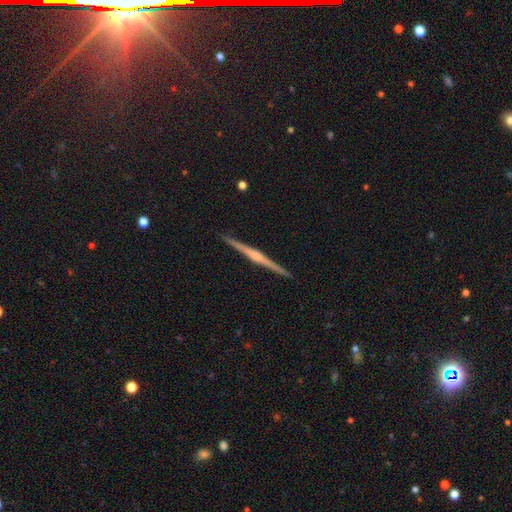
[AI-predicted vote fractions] A featured or disk galaxy (80%) viewed edge-on (99%) with a rounded central bulge (65%).

Vote fractions:
- Smooth or featured? featured or disk: 80% / smooth: 15% / star or artifact: 5%
- Edge-on disk? yes: 99% / no: 1%
- Edge-on bulge? rounded: 65% / none: 18% / boxy: 17%
- Merging? none: 93% / minor disturbance: 5% / major disturbance: 1% / merger: 1%